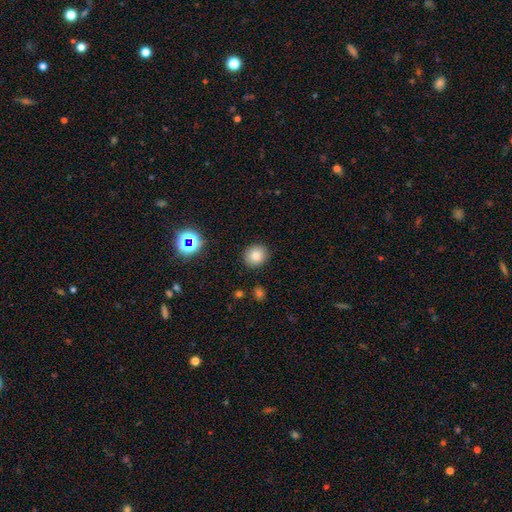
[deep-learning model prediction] Smooth or featured?
  - smooth: 81% *
  - star or artifact: 12%
  - featured or disk: 6%
How rounded?
  - round: 84% *
  - in between: 15%
  - cigar-shaped: 1%
Merging?
  - none: 90% *
  - minor disturbance: 7%
  - major disturbance: 2%
  - merger: 2%